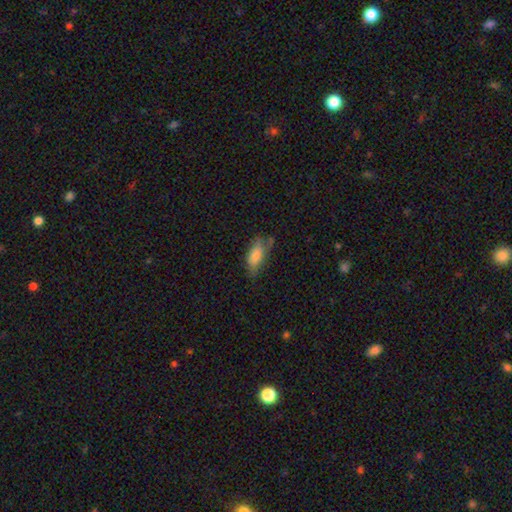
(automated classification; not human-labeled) smooth-or-featured: smooth: 78% | featured or disk: 15% | star or artifact: 7%
  how-rounded: in between: 80% | cigar-shaped: 17% | round: 3%
  merging: none: 58% | minor disturbance: 29% | major disturbance: 9% | merger: 5%